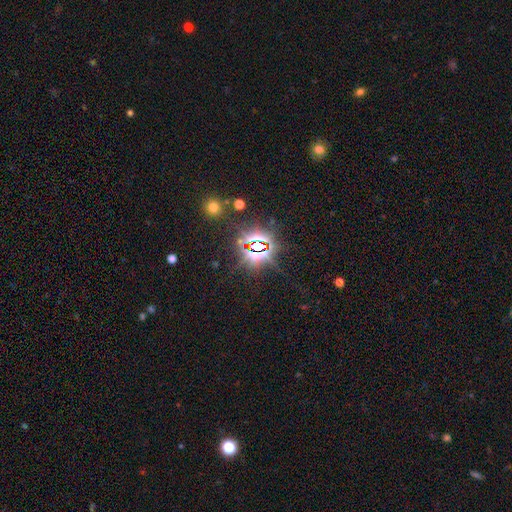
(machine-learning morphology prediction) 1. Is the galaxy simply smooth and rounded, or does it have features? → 81% star or artifact, 9% smooth, 9% featured or disk.